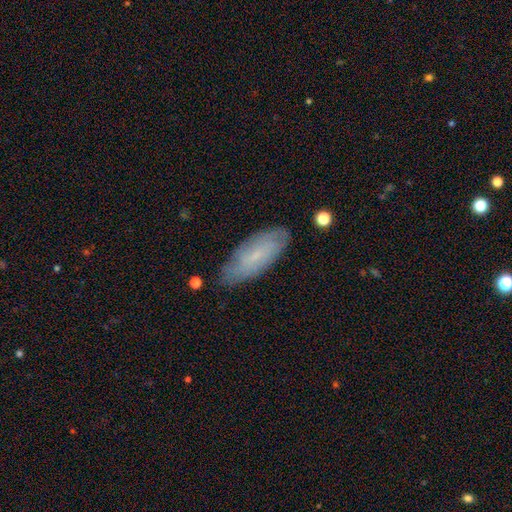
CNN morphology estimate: The model was most divided on "smooth or featured": smooth: 48%, featured or disk: 43%, star or artifact: 9%. More confident: merging — none (79%).